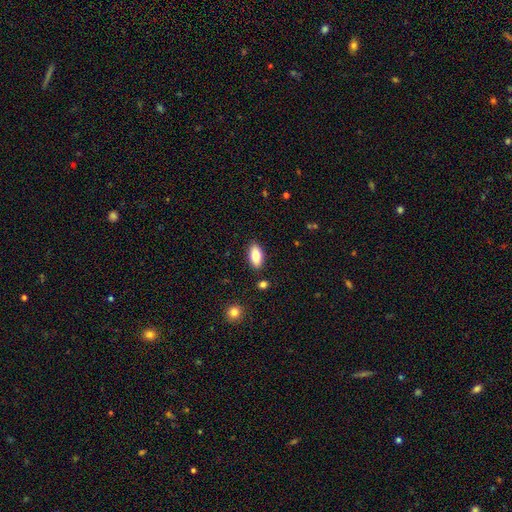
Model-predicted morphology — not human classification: This appears to be a smooth galaxy with no disk features (79%) that is in between round and cigar-shaped (90%). Merging: none (88%).